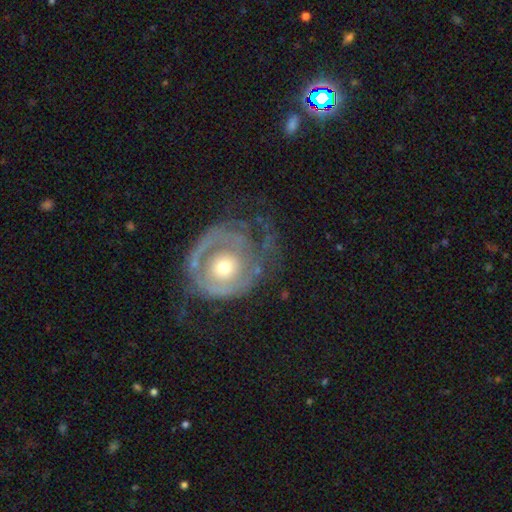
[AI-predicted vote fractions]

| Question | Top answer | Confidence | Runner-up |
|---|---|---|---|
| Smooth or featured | featured or disk | 79% | smooth (13%) |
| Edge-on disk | no | 97% | yes (3%) |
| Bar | no | 68% | weak (22%) |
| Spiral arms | yes | 79% | no (21%) |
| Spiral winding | tight | 60% | medium (29%) |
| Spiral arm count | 2 | 40% | can't tell (24%) |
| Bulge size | moderate | 68% | small (23%) |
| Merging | none | 56% | major disturbance (21%) |